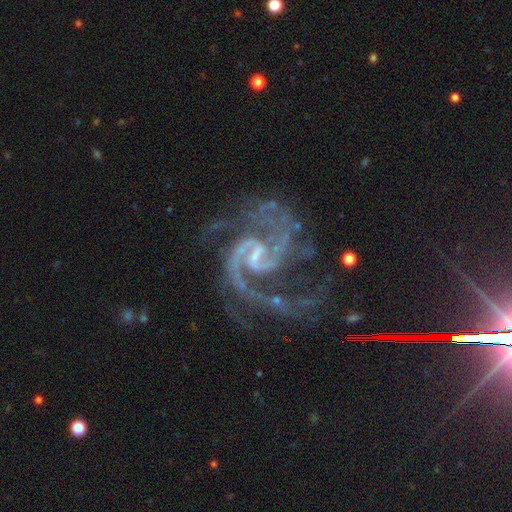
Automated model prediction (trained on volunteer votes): smooth-or-featured: featured or disk: 93% | star or artifact: 5% | smooth: 2%
  disk-edge-on: no: 99% | yes: 1%
    bar: weak: 56% | strong: 26% | no: 18%
    has-spiral-arms: yes: 98% | no: 2%
      spiral-winding: medium: 60% | loose: 20% | tight: 19%
      spiral-arm-count: 2: 74% | 3: 9% | can't tell: 5% | 1: 4% | 4: 4% | more than 4: 4%
    bulge-size: small: 58% | none: 22% | moderate: 17% | large: 2% | dominant: 1%
  merging: none: 48% | major disturbance: 28% | minor disturbance: 18% | merger: 6%